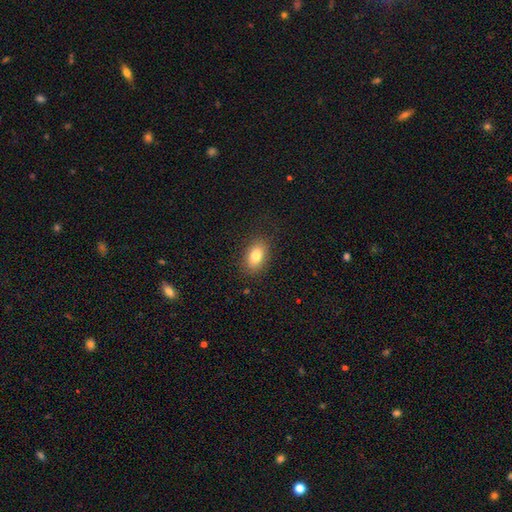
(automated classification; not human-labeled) Overall: smooth (82%). How rounded: in between (87%). Merging: none (86%).